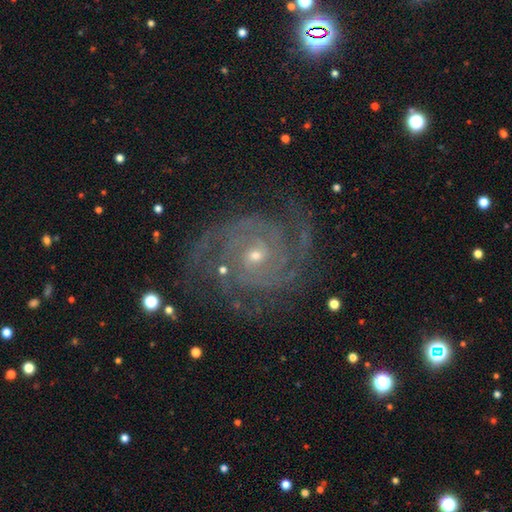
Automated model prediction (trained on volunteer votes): smooth_or_featured: featured or disk (p=0.91) [alt: star or artifact p=0.06]
disk_edge_on: no (p=0.98) [alt: yes p=0.02]
bar: no (p=0.64) [alt: weak p=0.29]
has_spiral_arms: yes (p=0.98) [alt: no p=0.02]
spiral_winding: tight (p=0.62) [alt: medium p=0.32]
spiral_arm_count: 2 (p=0.42) [alt: 3 p=0.22]
bulge_size: small (p=0.67) [alt: moderate p=0.29]
merging: none (p=0.76) [alt: minor disturbance p=0.15]